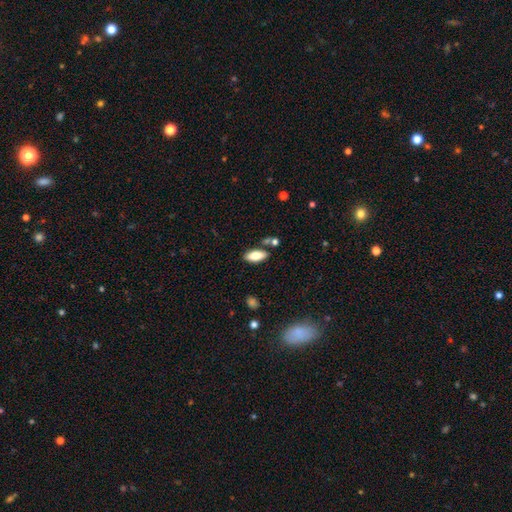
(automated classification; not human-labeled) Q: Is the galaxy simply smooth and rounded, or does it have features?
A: smooth — 79%.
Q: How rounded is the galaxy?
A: in between — 85%.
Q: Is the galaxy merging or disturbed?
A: none — 80%.